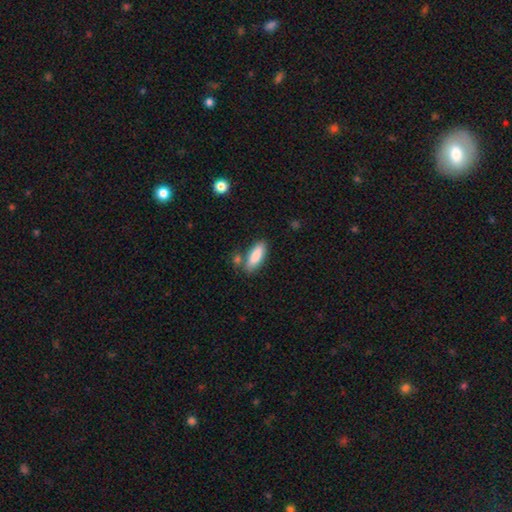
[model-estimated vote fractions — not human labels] smooth 84%, featured or disk 9%, star or artifact 6%. Down the decision tree: how rounded — in between (66%); merging — none (69%).